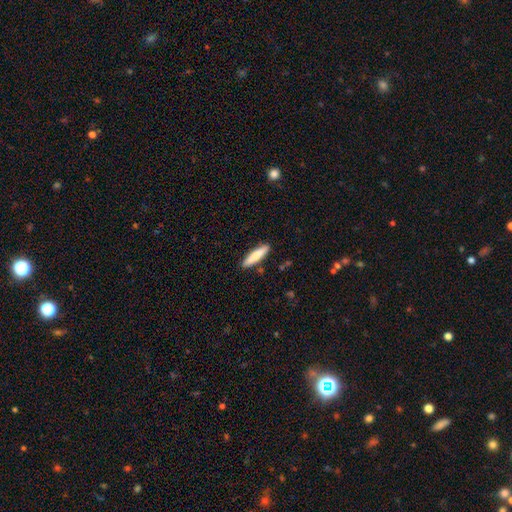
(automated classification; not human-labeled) Smooth or featured? Predicted: smooth (p=0.80). How rounded? Predicted: cigar-shaped (p=0.81). Merging? Predicted: none (p=0.89).